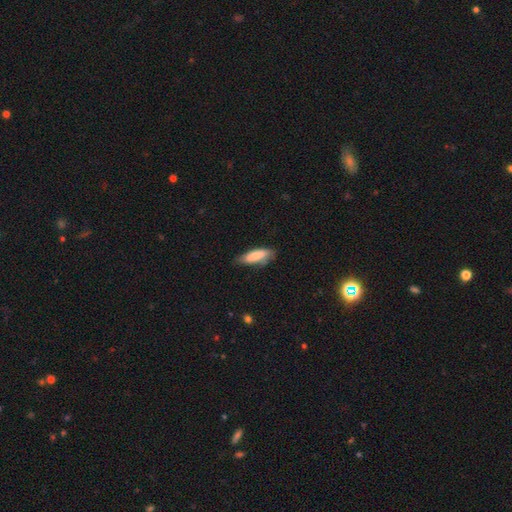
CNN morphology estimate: A smooth galaxy with no disk features (77%) that is in between round and cigar-shaped (58%). Merging: none (68%).